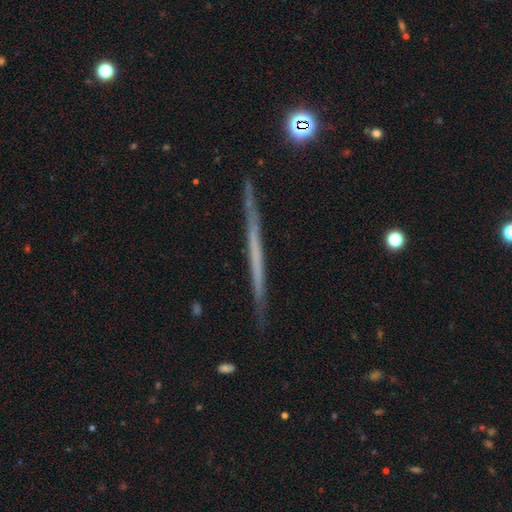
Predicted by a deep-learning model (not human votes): smooth-or-featured: featured or disk: 61% | smooth: 31% | star or artifact: 7%
  disk-edge-on: yes: 98% | no: 2%
    edge-on-bulge: none: 93% | rounded: 4% | boxy: 3%
  merging: none: 91% | minor disturbance: 7% | major disturbance: 1% | merger: 1%